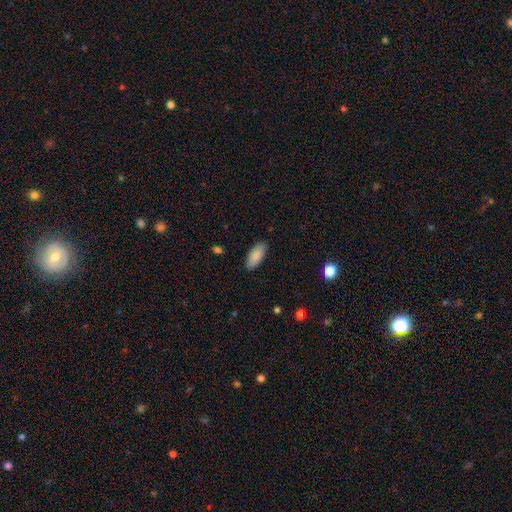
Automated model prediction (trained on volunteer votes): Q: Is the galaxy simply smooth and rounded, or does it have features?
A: smooth — 88%.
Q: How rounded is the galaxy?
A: in between — 87%.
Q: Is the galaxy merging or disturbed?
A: none — 88%.